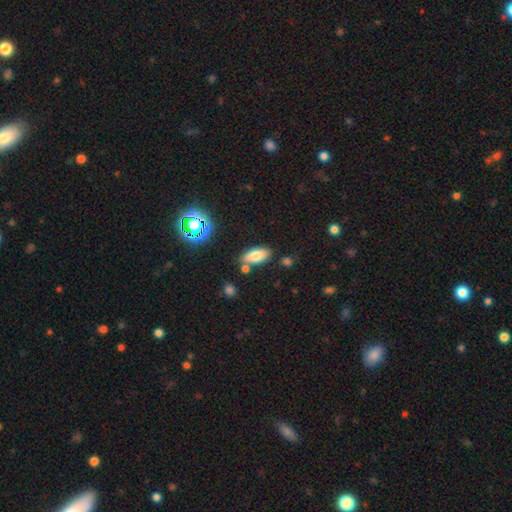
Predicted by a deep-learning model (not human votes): This appears to be a smooth galaxy with no disk features (78%) that is in between round and cigar-shaped (86%). Merging: none (74%).